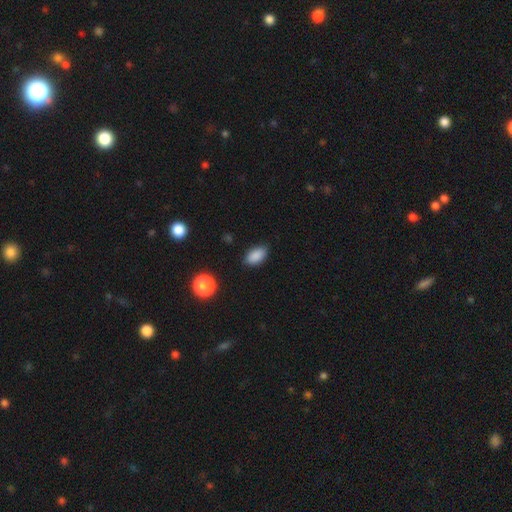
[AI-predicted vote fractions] This is clearly a smooth galaxy (87%). How rounded: clearly in between (91%). Merging: clearly none (84%).